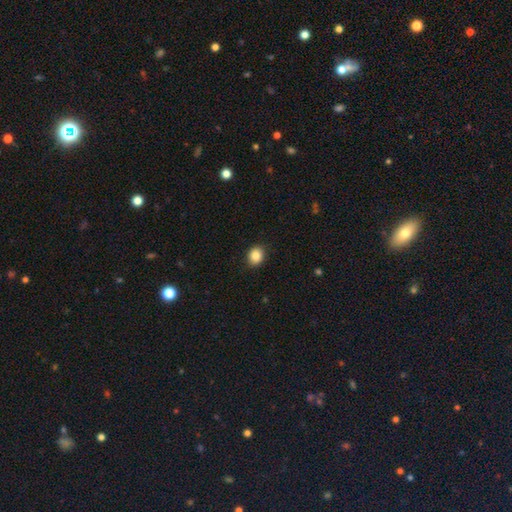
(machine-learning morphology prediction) Overall: smooth (86%). How rounded: round (66%; in between 33%). Merging: none (90%).